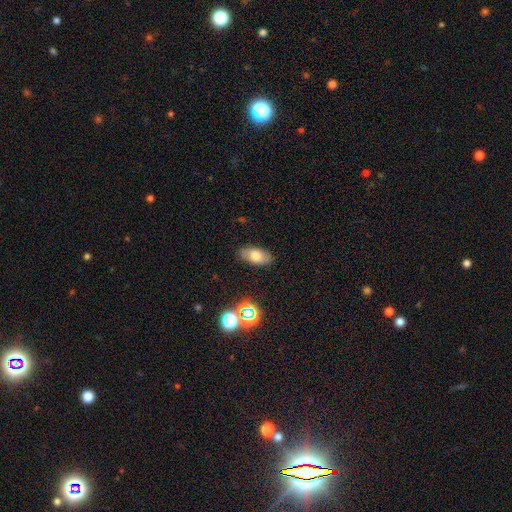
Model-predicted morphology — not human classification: smooth-or-featured: smooth: 72% | featured or disk: 18% | star or artifact: 10%
  how-rounded: in between: 92% | round: 5% | cigar-shaped: 3%
  merging: none: 85% | minor disturbance: 11% | major disturbance: 3% | merger: 2%